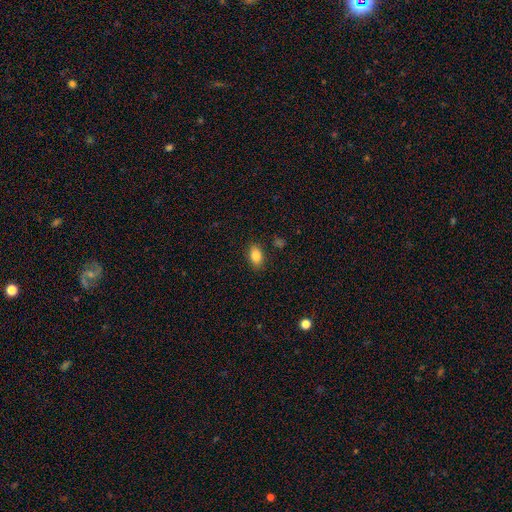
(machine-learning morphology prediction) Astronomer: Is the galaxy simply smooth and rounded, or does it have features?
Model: smooth — 86%.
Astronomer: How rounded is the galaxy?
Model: in between — 87%.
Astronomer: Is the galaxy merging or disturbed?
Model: none — 86%.